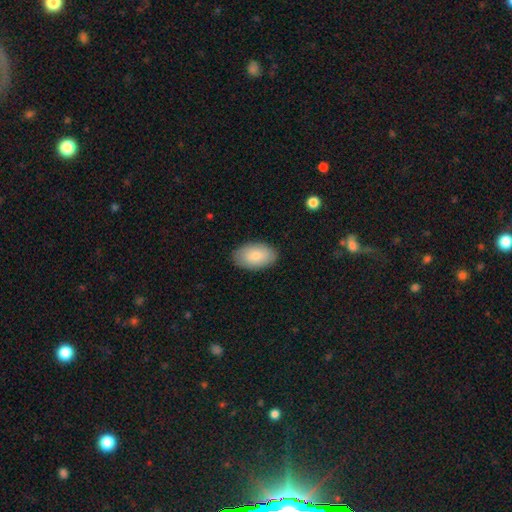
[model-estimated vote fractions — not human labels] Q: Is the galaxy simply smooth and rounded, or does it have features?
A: smooth — 82%.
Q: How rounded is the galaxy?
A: in between — 94%.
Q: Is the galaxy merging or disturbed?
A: none — 87%.